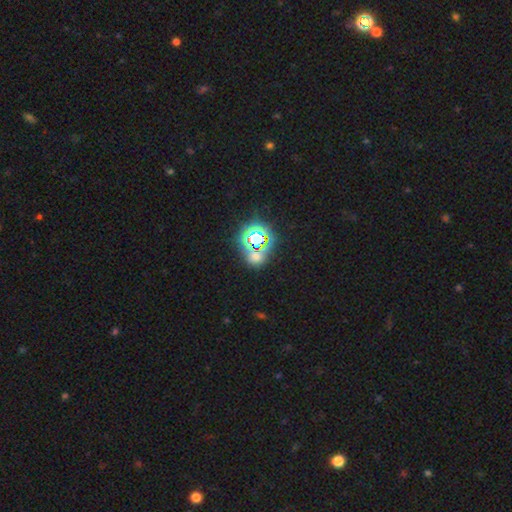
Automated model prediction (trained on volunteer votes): The model was most divided on "smooth or featured": star or artifact: 59%, smooth: 32%, featured or disk: 9%.